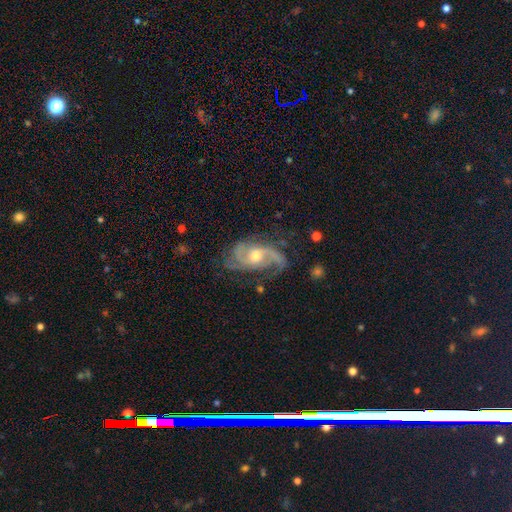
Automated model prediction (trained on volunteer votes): Morphology: type=featured or disk (88%); edge-on=no (97%); bar=no (61%); spiral arms=yes (97%); winding=medium (50%); arm count=2 (48%); bulge=moderate (71%); merging=none (67%).